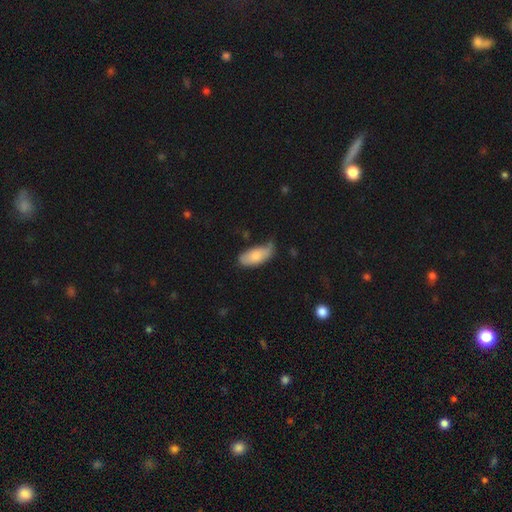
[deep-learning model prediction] Q: Smooth or featured?
A: smooth (79%); runner-up: featured or disk (15%)
Q: How rounded?
A: in between (88%); runner-up: cigar-shaped (10%)
Q: Merging?
A: none (51%); runner-up: minor disturbance (37%)